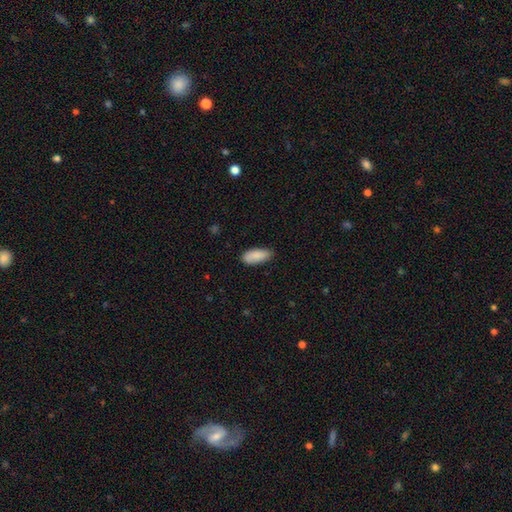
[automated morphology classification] Q: Smooth or featured?
A: smooth (88%); runner-up: featured or disk (6%)
Q: How rounded?
A: in between (87%); runner-up: cigar-shaped (11%)
Q: Merging?
A: none (79%); runner-up: minor disturbance (17%)